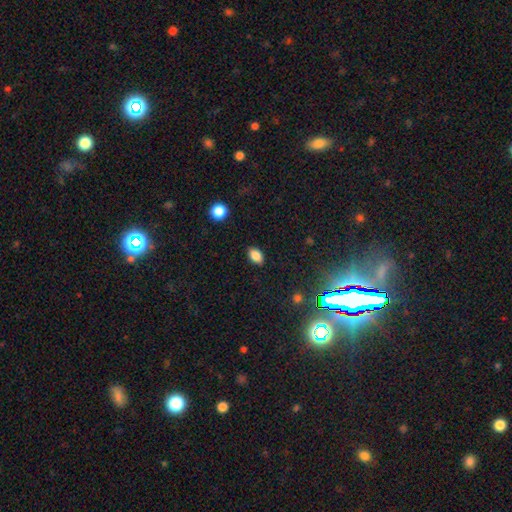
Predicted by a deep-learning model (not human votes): A smooth galaxy with no disk features (85%) that is in between round and cigar-shaped (87%).

Vote fractions:
- Smooth or featured? smooth: 85% / star or artifact: 10% / featured or disk: 5%
- How rounded? in between: 87% / round: 11% / cigar-shaped: 2%
- Merging? none: 87% / minor disturbance: 9% / major disturbance: 2% / merger: 1%